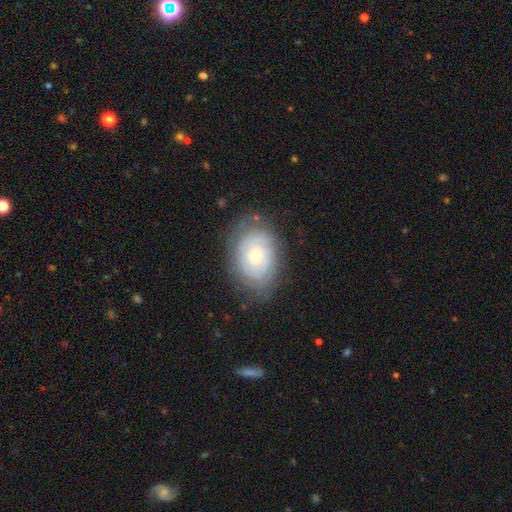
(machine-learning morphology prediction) Smooth or featured? Predicted: featured or disk (p=0.64). Edge-on disk? Predicted: no (p=0.95). Bar? Predicted: no (p=0.83). Spiral arms? Predicted: yes (p=0.78). Bulge size? Predicted: small (p=0.60). Merging? Predicted: none (p=0.73).